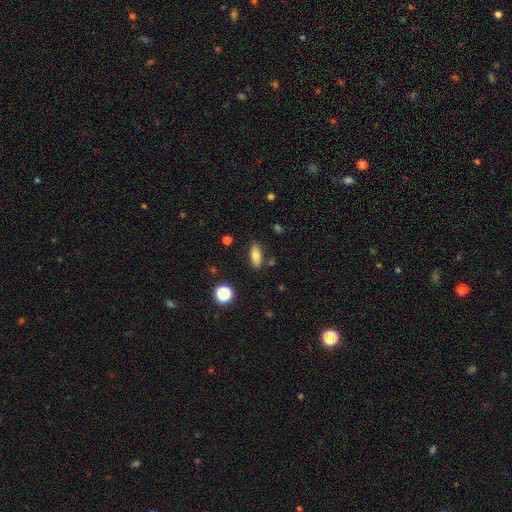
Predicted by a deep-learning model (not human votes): Smooth or featured? smooth (72%)
How rounded? in between (76%)
Merging? none (83%)